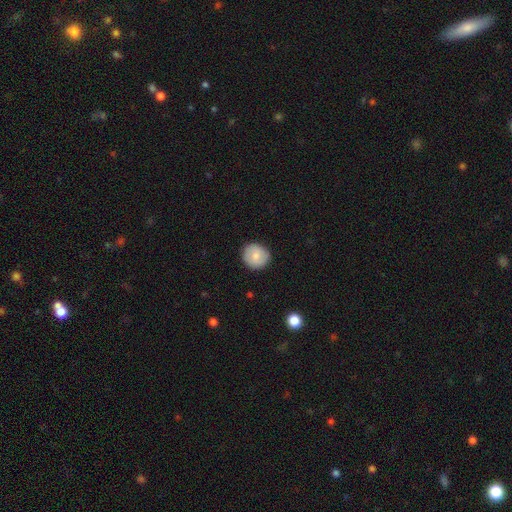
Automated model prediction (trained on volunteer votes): A smooth galaxy with no disk features (76%) that is round (89%). Merging: none (88%).